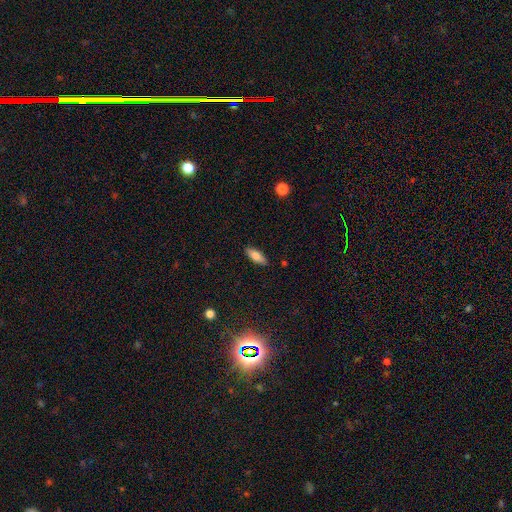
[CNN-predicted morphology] Smooth or featured? smooth (78%)
How rounded? in between (73%)
Merging? none (88%)